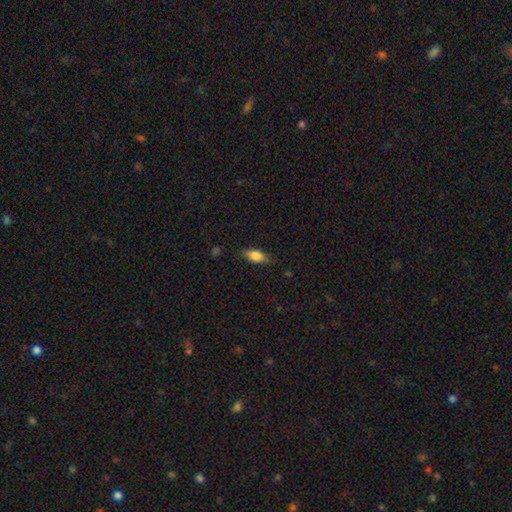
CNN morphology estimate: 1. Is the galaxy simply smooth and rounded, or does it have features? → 81% smooth, 12% featured or disk, 8% star or artifact.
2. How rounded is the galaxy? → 83% in between, 13% cigar-shaped, 4% round.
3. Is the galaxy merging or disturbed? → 81% none, 15% minor disturbance, 3% major disturbance, 1% merger.